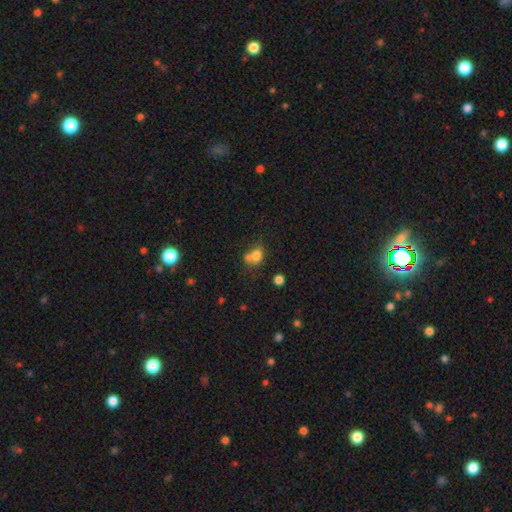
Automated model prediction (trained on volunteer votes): A smooth galaxy with no disk features (75%) that is round (57%). Merging: none (39%).